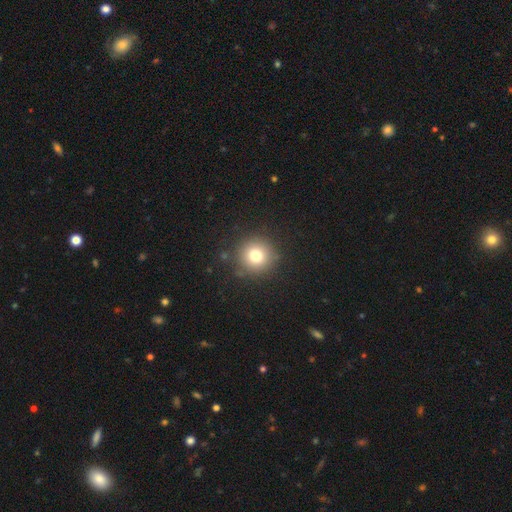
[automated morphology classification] A smooth galaxy with no disk features (77%) that is round (94%). Merging: none (89%).